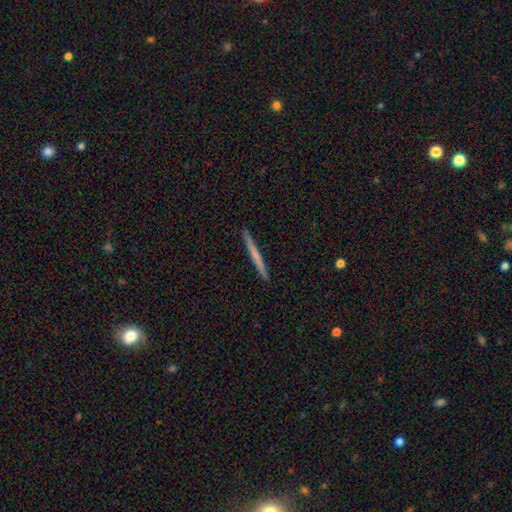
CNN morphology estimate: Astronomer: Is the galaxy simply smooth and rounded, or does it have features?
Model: smooth — 55% (runner-up: featured or disk, 40%).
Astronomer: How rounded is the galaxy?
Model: cigar-shaped — 97%.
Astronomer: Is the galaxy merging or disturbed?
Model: none — 93%.